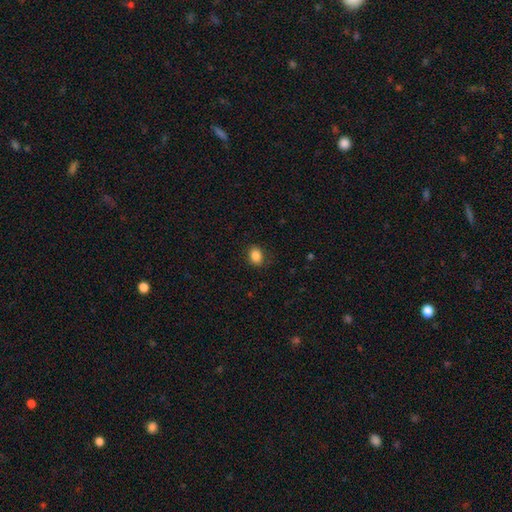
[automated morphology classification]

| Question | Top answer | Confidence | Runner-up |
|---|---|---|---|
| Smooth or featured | smooth | 86% | star or artifact (10%) |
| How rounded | in between | 63% | round (36%) |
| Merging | none | 81% | minor disturbance (14%) |